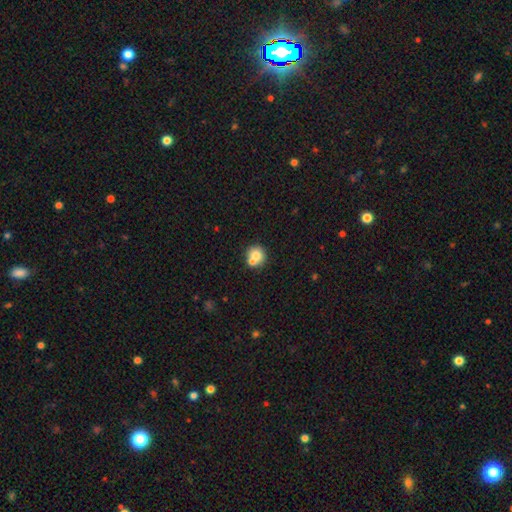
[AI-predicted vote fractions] Smooth or featured: smooth — 75% (featured or disk — 15%)
How rounded: round — 89% (in between — 10%)
Merging: none — 55% (merger — 34%)